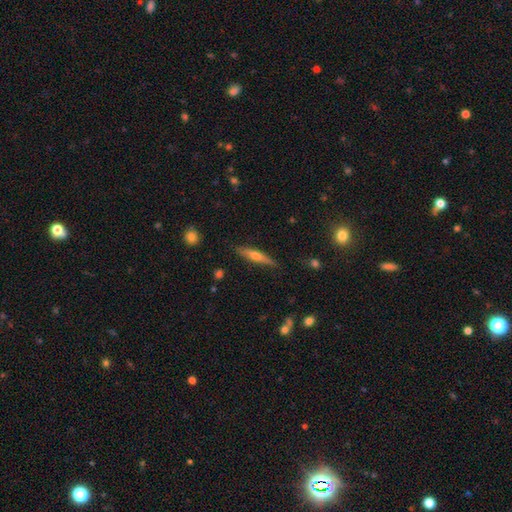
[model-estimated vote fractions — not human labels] This appears to be a featured or disk galaxy (51%) viewed edge-on (93%). Merging: none (84%).